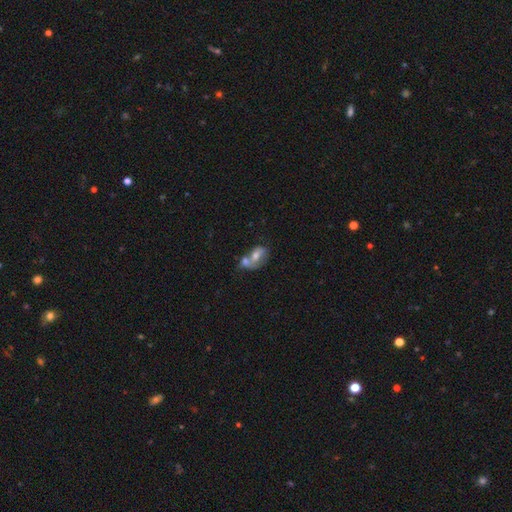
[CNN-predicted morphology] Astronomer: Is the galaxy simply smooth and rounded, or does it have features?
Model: smooth — 54% (runner-up: featured or disk, 37%).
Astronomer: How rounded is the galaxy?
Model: in between — 77%.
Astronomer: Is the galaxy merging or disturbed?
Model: merger — 68%.